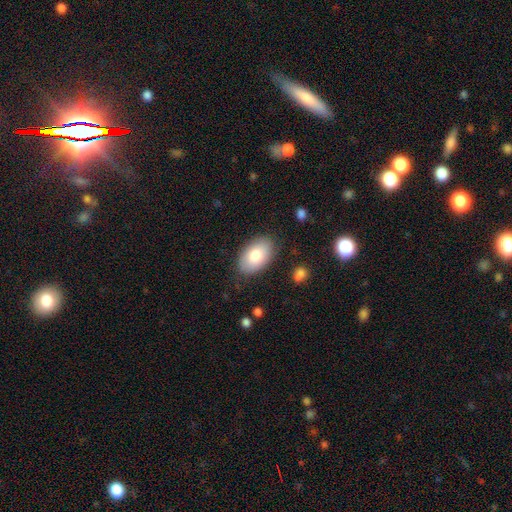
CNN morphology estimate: Q: Smooth or featured?
A: smooth (79%); runner-up: featured or disk (15%)
Q: How rounded?
A: in between (93%); runner-up: round (6%)
Q: Merging?
A: none (84%); runner-up: minor disturbance (12%)